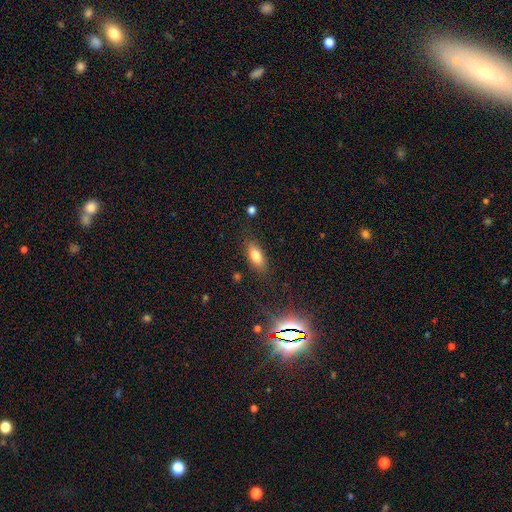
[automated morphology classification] The model was most divided on "how rounded": in between: 81%, cigar-shaped: 15%, round: 4%. More confident: merging — none (82%); smooth or featured — smooth (79%).